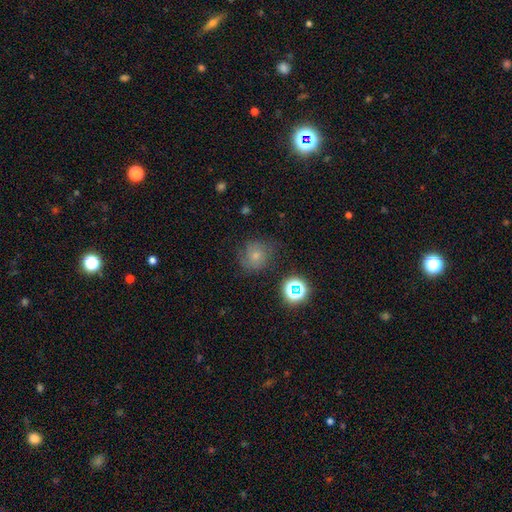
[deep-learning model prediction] Smooth or featured: smooth — 61% (featured or disk — 21%)
How rounded: round — 86% (in between — 13%)
Merging: none — 67% (minor disturbance — 22%)